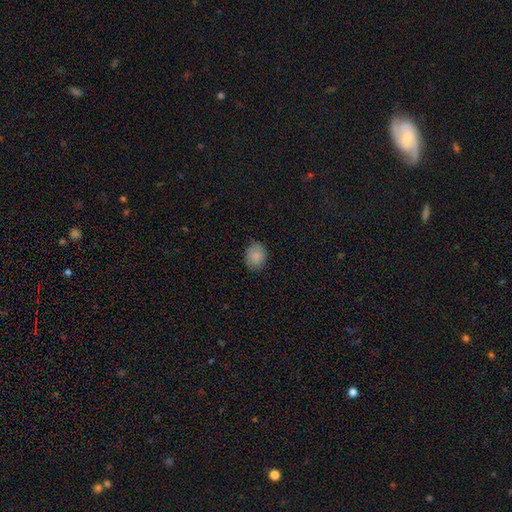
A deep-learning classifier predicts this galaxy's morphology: Smooth or featured?
  - smooth: 85% *
  - star or artifact: 8%
  - featured or disk: 7%
How rounded?
  - round: 55% *
  - in between: 44%
  - cigar-shaped: 1%
Merging?
  - none: 83% *
  - minor disturbance: 14%
  - major disturbance: 3%
  - merger: 1%